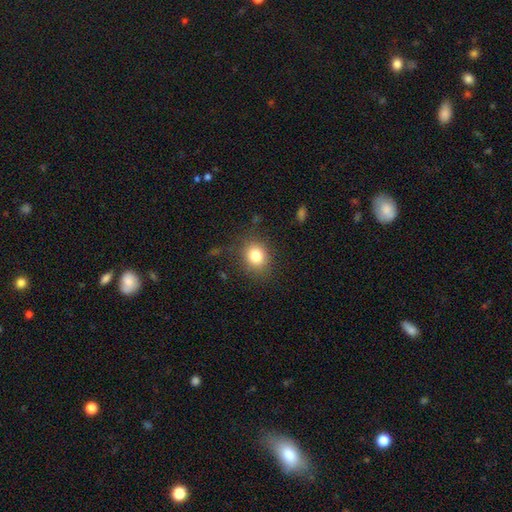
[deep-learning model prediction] Q: Smooth or featured?
A: smooth (80%); runner-up: star or artifact (12%)
Q: How rounded?
A: round (67%); runner-up: in between (32%)
Q: Merging?
A: none (83%); runner-up: minor disturbance (11%)